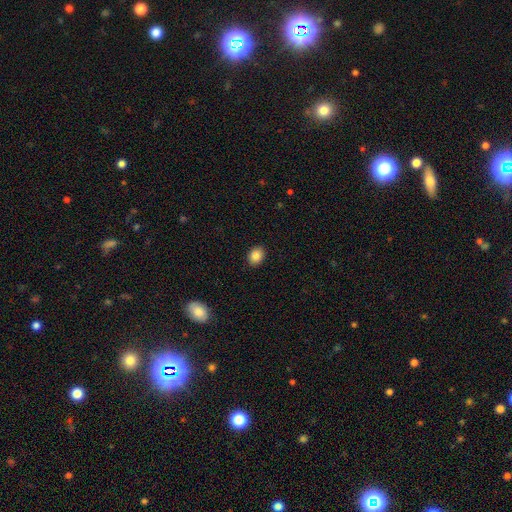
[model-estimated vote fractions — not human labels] This is clearly a smooth galaxy (85%). How rounded: possibly in between (52%). Merging: clearly none (90%).